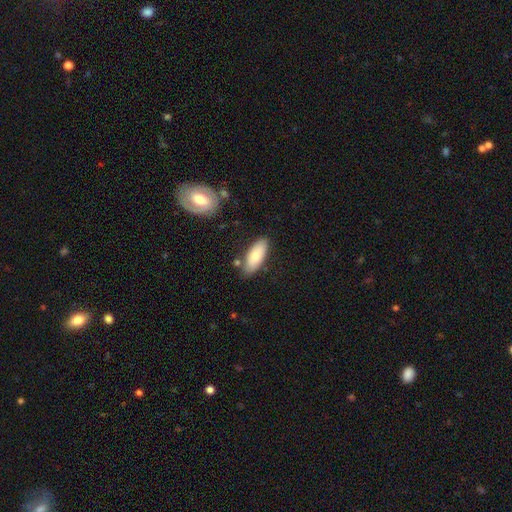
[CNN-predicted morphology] smooth 81%, featured or disk 13%, star or artifact 6%. Down the decision tree: how rounded — in between (80%); merging — none (76%).